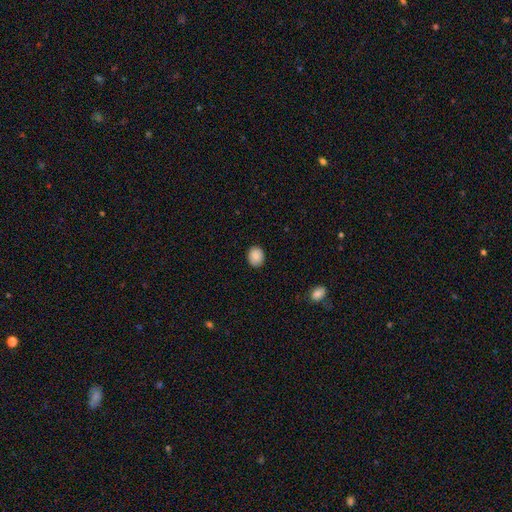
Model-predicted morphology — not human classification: Smooth or featured? Predicted: smooth (p=0.88). How rounded? Predicted: round (p=0.57). Merging? Predicted: none (p=0.88).